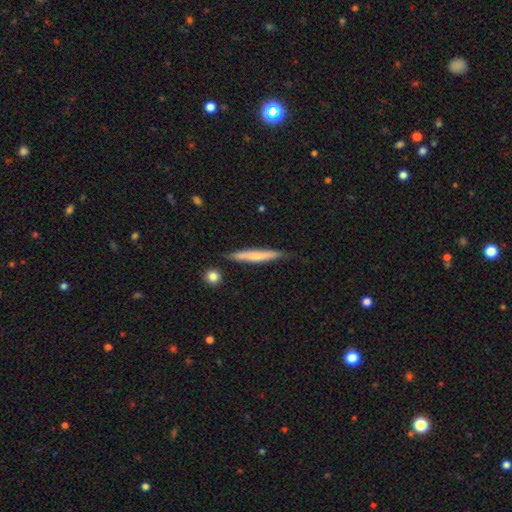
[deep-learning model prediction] Overall: smooth (61%; featured or disk 33%). How rounded: cigar-shaped (94%). Merging: none (80%).